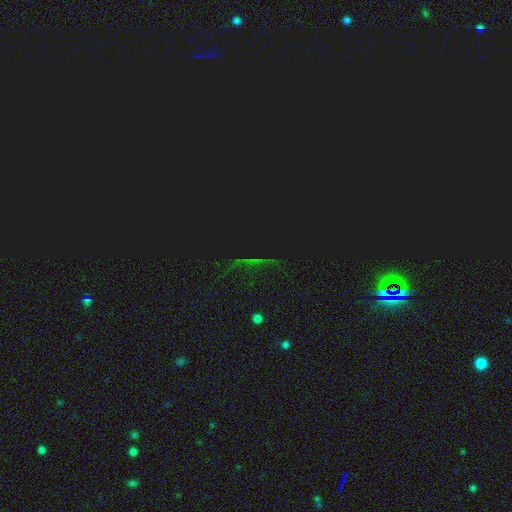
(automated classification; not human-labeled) Smooth or featured?
  - star or artifact: 83% *
  - smooth: 10%
  - featured or disk: 8%